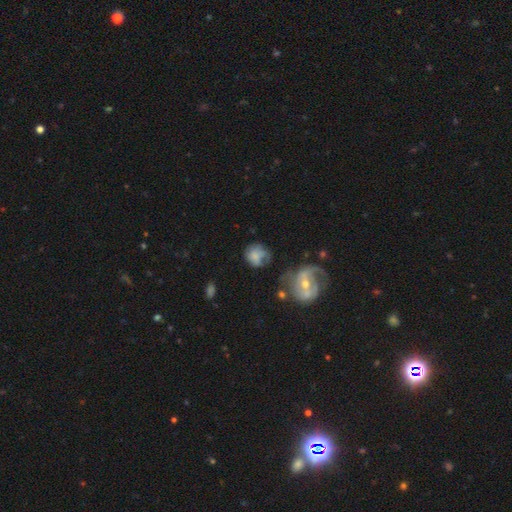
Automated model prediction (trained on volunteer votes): Smooth or featured? smooth (57%)
How rounded? round (68%)
Merging? none (40%)